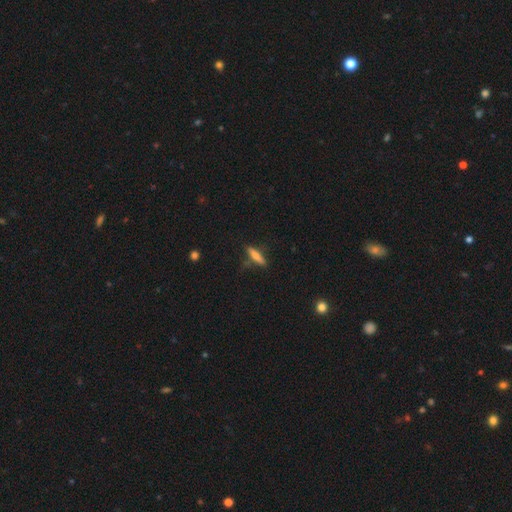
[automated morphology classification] Smooth or featured? Predicted: smooth (p=0.66). How rounded? Predicted: cigar-shaped (p=0.80). Merging? Predicted: none (p=0.77).